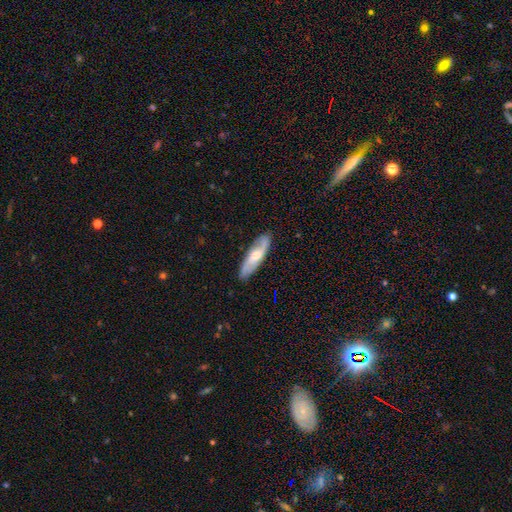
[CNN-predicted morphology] Smooth or featured? Predicted: featured or disk (p=0.53). Edge-on disk? Predicted: no (p=0.69). Merging? Predicted: none (p=0.84).